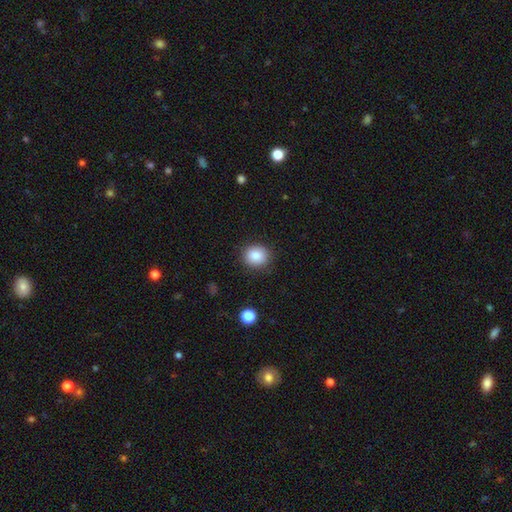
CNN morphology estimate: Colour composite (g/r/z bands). It shows a smooth galaxy with no disk features (86%) that is round (78%). Merging: none (88%).